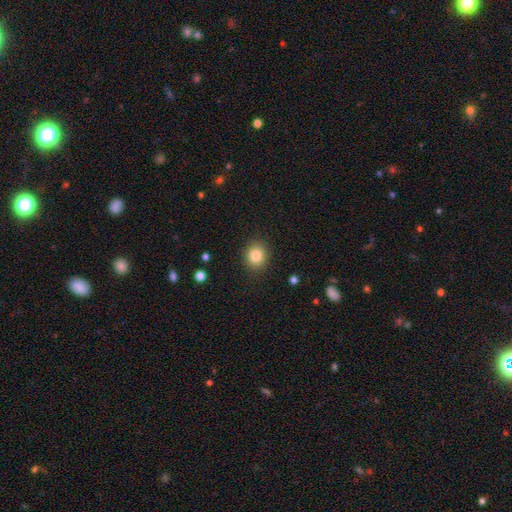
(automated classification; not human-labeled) Morphology: type=smooth (84%); roundness=round (78%); merging=none (89%).